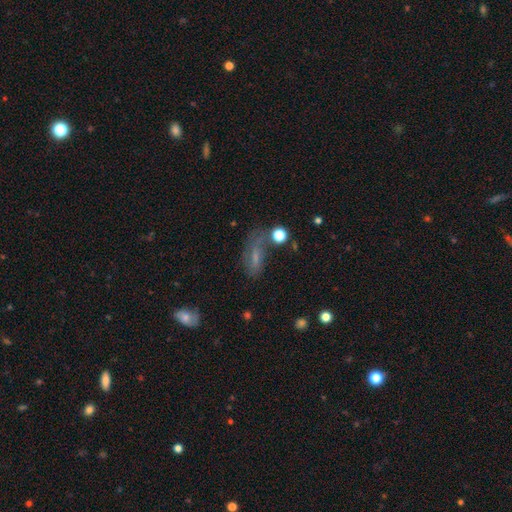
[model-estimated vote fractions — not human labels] A featured or disk galaxy (43%).

Vote fractions:
- Smooth or featured? featured or disk: 43% / smooth: 40% / star or artifact: 17%
- Merging? none: 47% / minor disturbance: 23% / major disturbance: 22% / merger: 8%